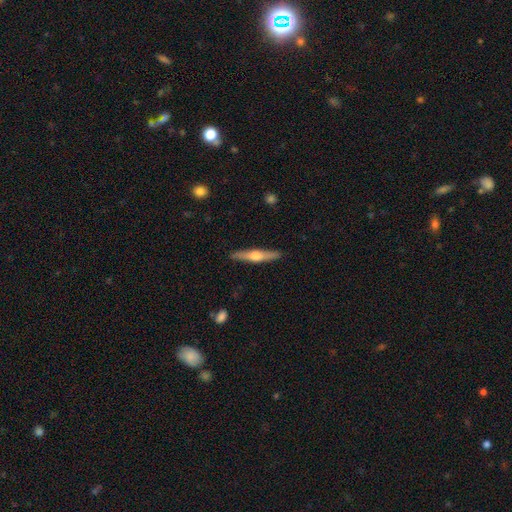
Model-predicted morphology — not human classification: featured or disk 62%, smooth 32%, star or artifact 5%. Down the decision tree: edge-on disk — yes (97%); edge-on bulge — rounded (92%); merging — none (90%).